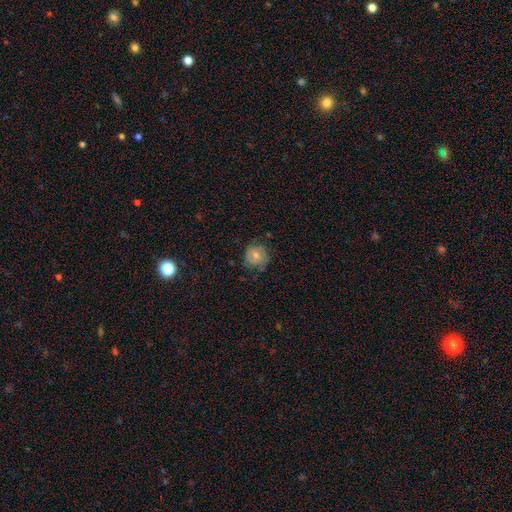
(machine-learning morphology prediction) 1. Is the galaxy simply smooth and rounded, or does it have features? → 56% smooth, 34% featured or disk, 9% star or artifact.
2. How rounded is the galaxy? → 87% round, 12% in between, 1% cigar-shaped.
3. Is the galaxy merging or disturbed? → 70% none, 23% minor disturbance, 6% major disturbance, 1% merger.